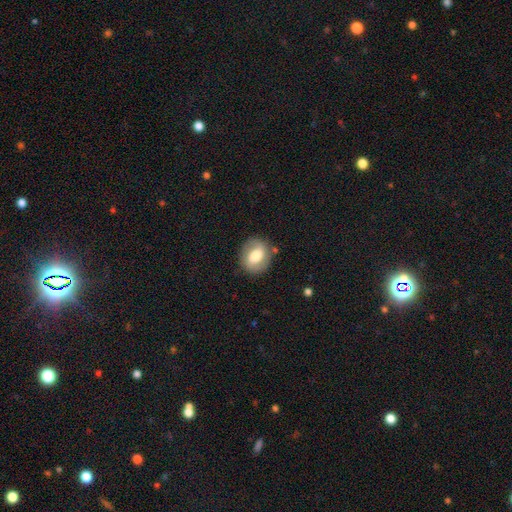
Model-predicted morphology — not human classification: A smooth galaxy with no disk features (48%). Merging: none (81%).